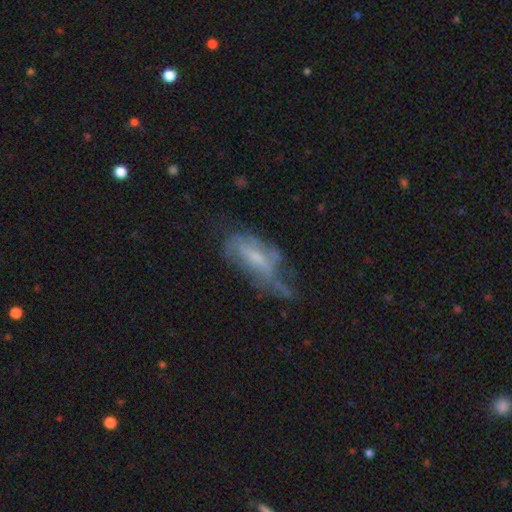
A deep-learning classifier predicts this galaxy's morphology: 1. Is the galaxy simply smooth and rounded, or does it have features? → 57% featured or disk, 29% smooth, 13% star or artifact.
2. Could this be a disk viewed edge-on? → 83% no, 17% yes.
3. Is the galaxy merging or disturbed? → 44% none, 29% minor disturbance, 23% major disturbance, 4% merger.